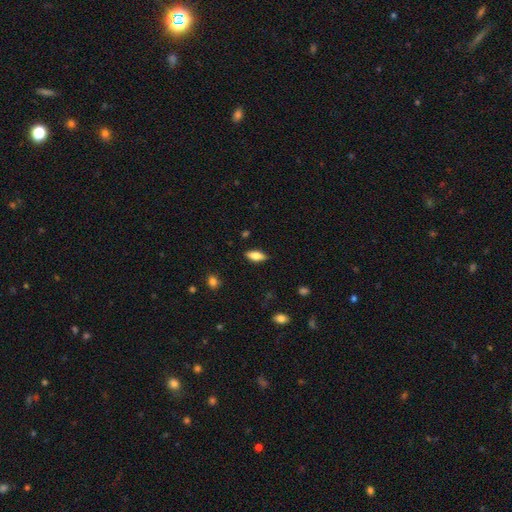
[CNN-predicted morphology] The model was most divided on "smooth or featured": smooth: 73%, featured or disk: 20%, star or artifact: 7%. More confident: merging — none (85%); how rounded — in between (80%).